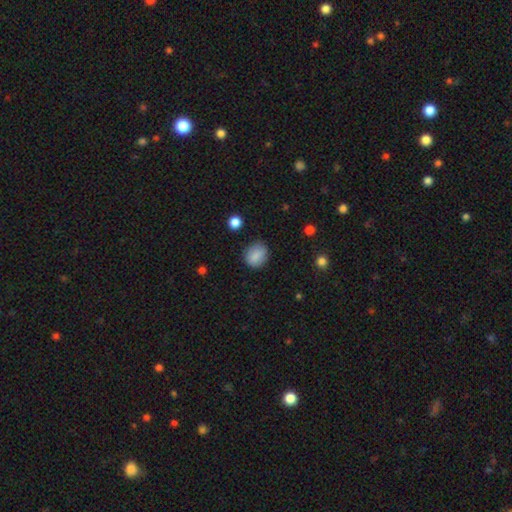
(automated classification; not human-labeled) Smooth or featured?
  - smooth: 86% *
  - star or artifact: 8%
  - featured or disk: 6%
How rounded?
  - round: 65% *
  - in between: 34%
  - cigar-shaped: 1%
Merging?
  - none: 81% *
  - minor disturbance: 14%
  - major disturbance: 3%
  - merger: 1%